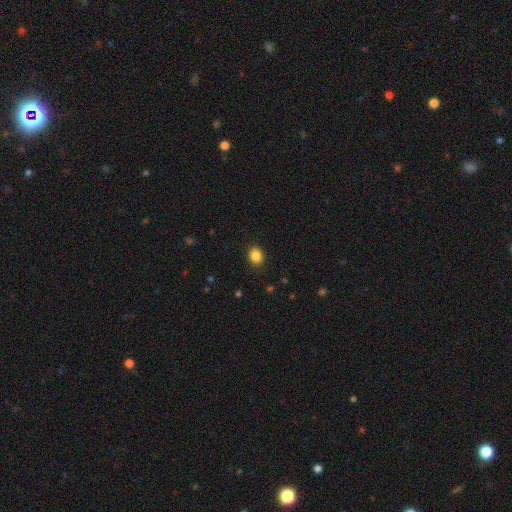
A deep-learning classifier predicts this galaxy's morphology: This is clearly a smooth galaxy (87%). How rounded: possibly in between (52%). Merging: clearly none (89%).